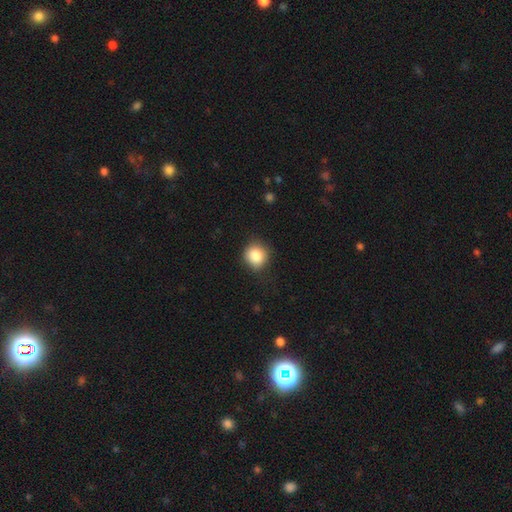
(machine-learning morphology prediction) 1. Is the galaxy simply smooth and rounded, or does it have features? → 85% smooth, 9% star or artifact, 6% featured or disk.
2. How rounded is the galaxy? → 84% round, 15% in between, 1% cigar-shaped.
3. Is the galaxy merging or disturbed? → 79% none, 16% minor disturbance, 4% major disturbance, 1% merger.